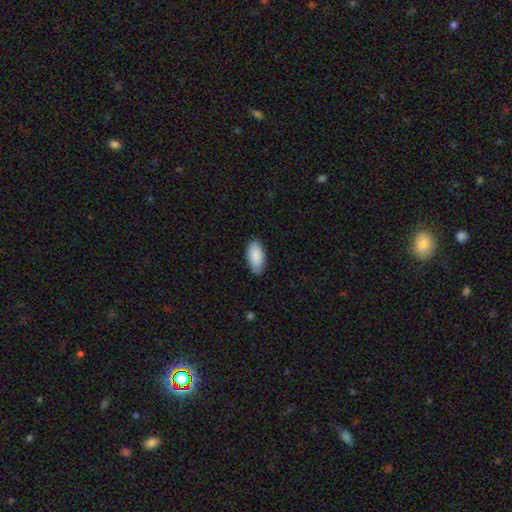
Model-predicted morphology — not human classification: smooth 89%, star or artifact 6%, featured or disk 5%. Down the decision tree: how rounded — in between (93%); merging — none (81%).